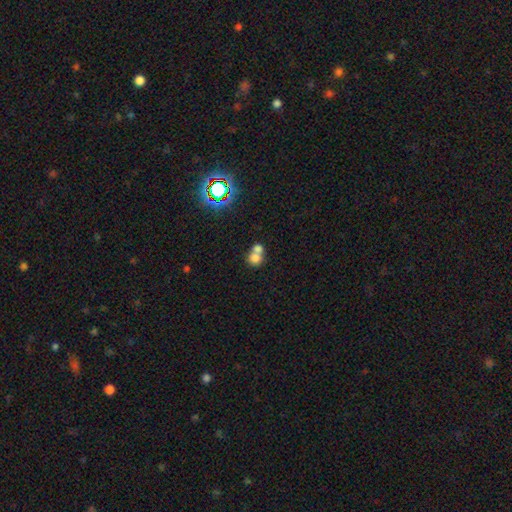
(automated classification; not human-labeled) Smooth or featured? smooth (74%)
How rounded? round (79%)
Merging? merger (61%)